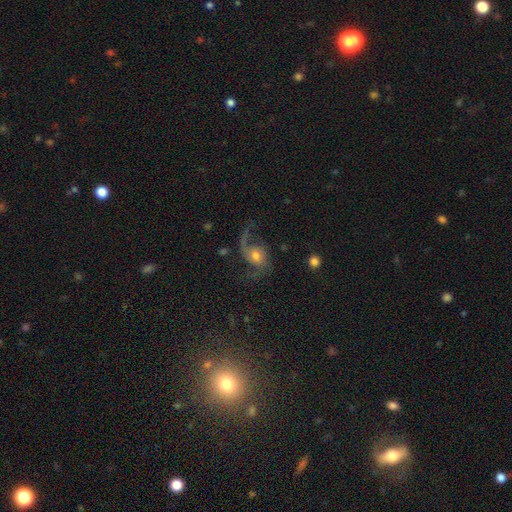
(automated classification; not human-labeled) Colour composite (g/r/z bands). It shows a featured or disk galaxy (80%) with no bar (69%), 2 (85%) loose (69%) spiral arms (95%) and a moderate central bulge (60%). Merging: none (60%).